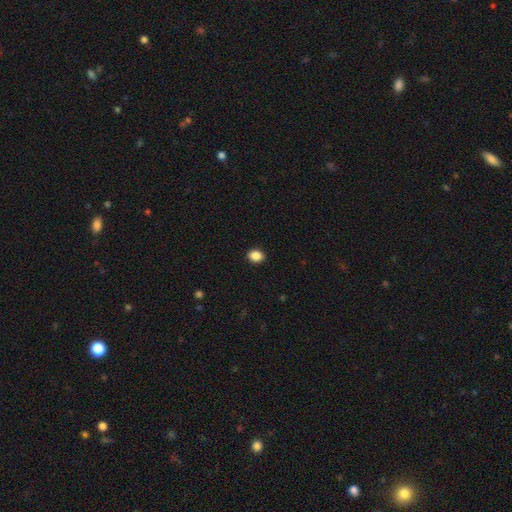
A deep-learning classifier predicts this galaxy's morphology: Smooth or featured? smooth (88%)
How rounded? in between (51%)
Merging? none (91%)